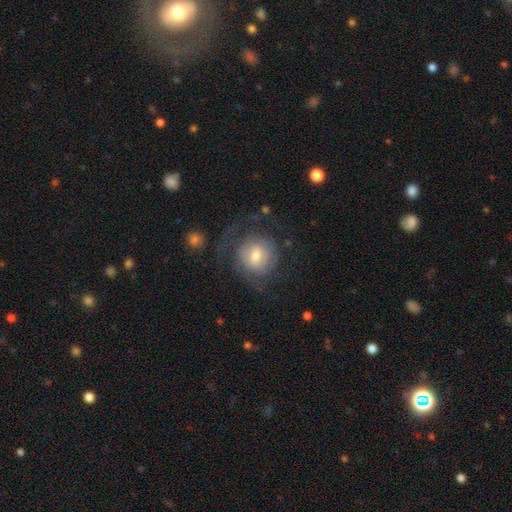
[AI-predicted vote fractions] This appears to be a featured or disk galaxy (60%) with no bar (46%), spiral arms (79%) and a moderate central bulge (53%). Merging: none (55%).